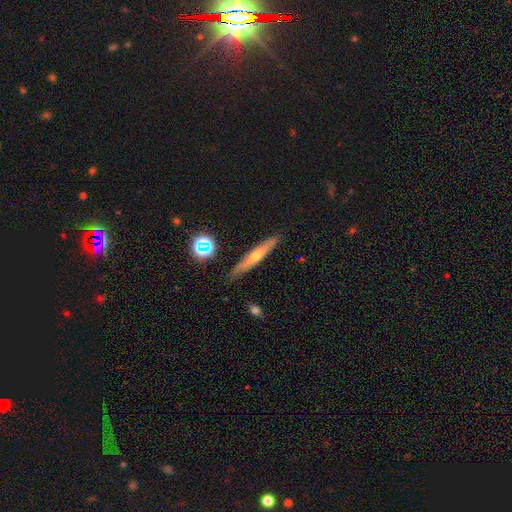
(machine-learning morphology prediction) A featured or disk galaxy (49%).

Vote fractions:
- Smooth or featured? featured or disk: 49% / smooth: 42% / star or artifact: 9%
- Merging? none: 87% / minor disturbance: 9% / major disturbance: 2% / merger: 2%